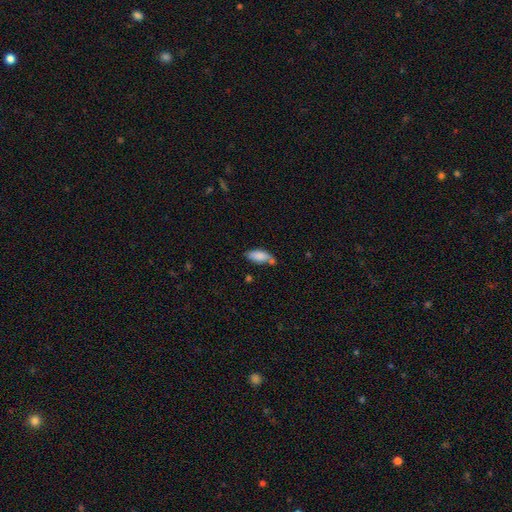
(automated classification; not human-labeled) The model was most divided on "merging": none: 53%, minor disturbance: 27%, merger: 13%, major disturbance: 7%. More confident: smooth or featured — smooth (83%); how rounded — in between (83%).